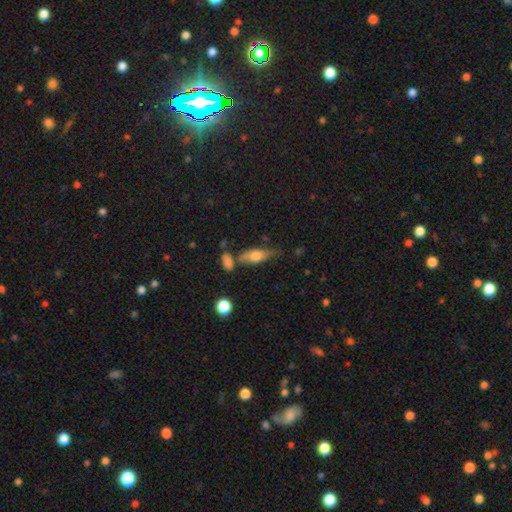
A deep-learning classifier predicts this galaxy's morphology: type=smooth (63%); roundness=in between (69%); merging=none (49%).